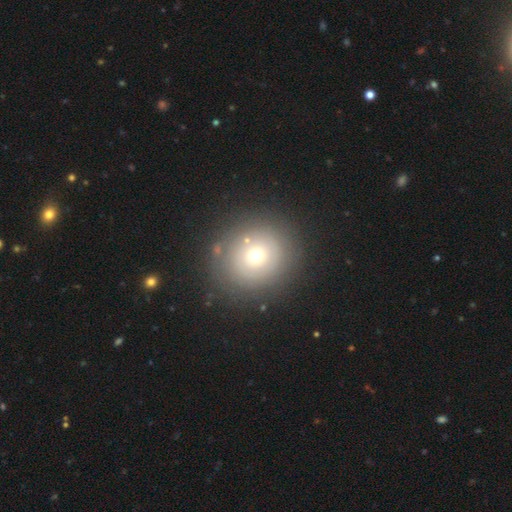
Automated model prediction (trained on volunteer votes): Smooth or featured? Predicted: smooth (p=0.63). How rounded? Predicted: round (p=0.88). Merging? Predicted: none (p=0.85).